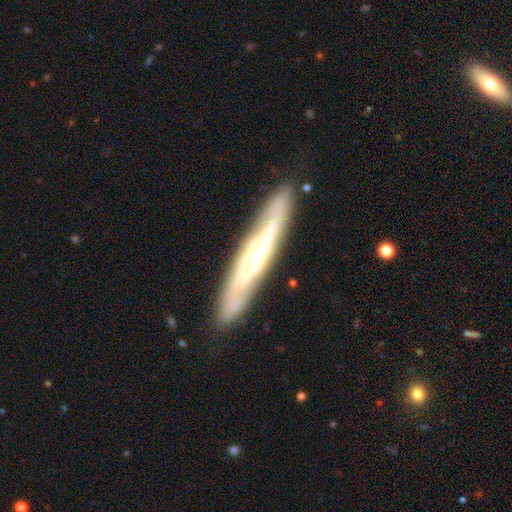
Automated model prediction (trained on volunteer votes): Smooth or featured? Predicted: featured or disk (p=0.72). Edge-on disk? Predicted: yes (p=0.68). Merging? Predicted: none (p=0.86).